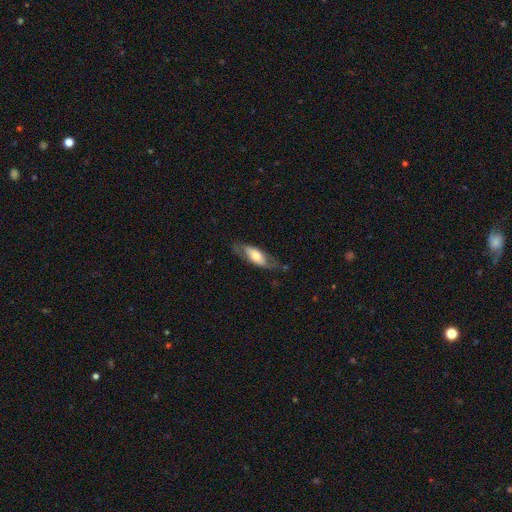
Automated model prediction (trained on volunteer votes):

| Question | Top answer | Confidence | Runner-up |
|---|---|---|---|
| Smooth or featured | smooth | 51% | featured or disk (43%) |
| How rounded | in between | 71% | cigar-shaped (26%) |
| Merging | none | 66% | minor disturbance (21%) |